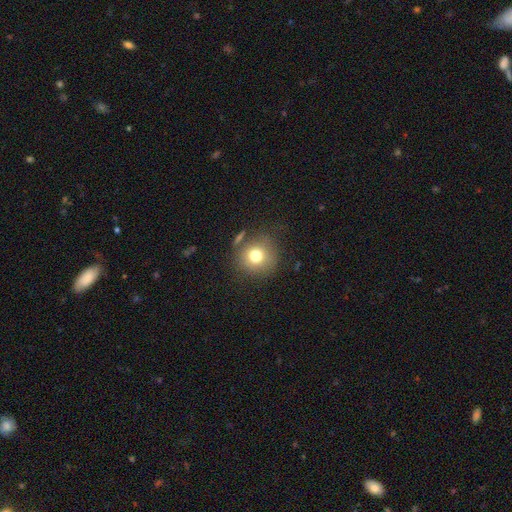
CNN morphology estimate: type=smooth (75%); roundness=round (91%); merging=none (76%).